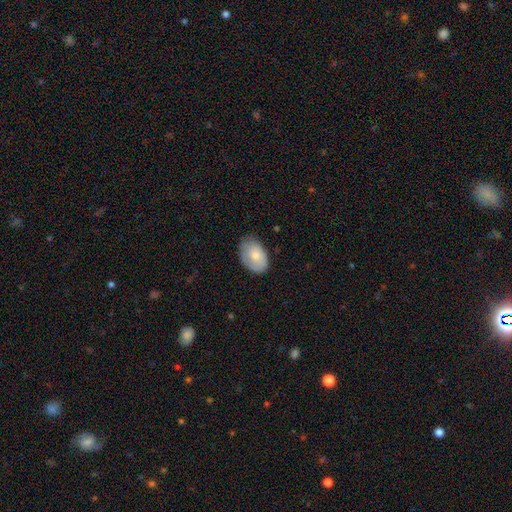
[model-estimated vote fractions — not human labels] Morphology: type=smooth (72%); roundness=in between (88%); merging=none (70%).